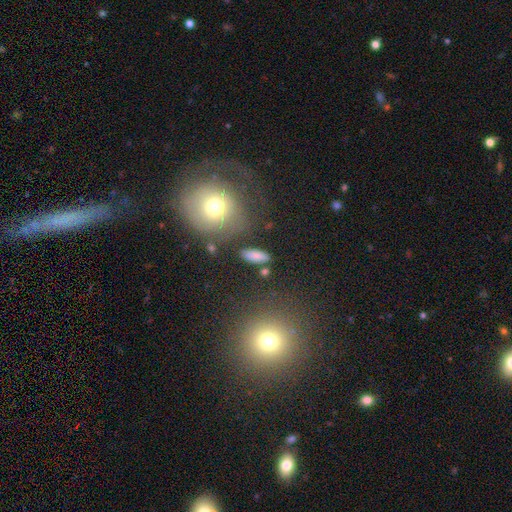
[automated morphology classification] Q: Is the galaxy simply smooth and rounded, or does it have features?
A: smooth — 80%.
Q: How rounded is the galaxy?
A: in between — 71%.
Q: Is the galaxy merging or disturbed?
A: none — 82%.